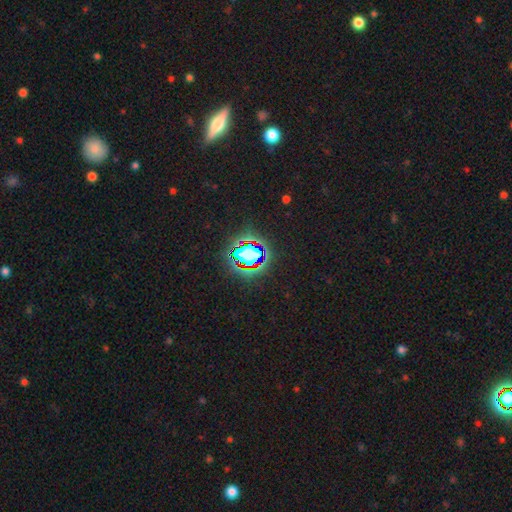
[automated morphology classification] Smooth or featured: star or artifact — 66% (smooth — 22%)